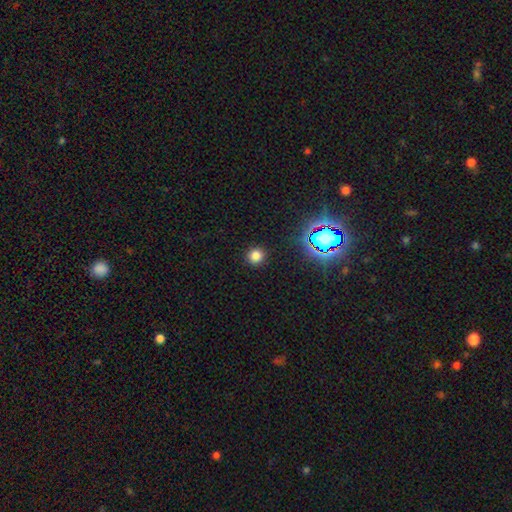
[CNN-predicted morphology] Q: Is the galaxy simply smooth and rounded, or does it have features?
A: smooth — 77%.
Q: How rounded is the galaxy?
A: round — 92%.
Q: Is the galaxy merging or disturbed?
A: none — 91%.